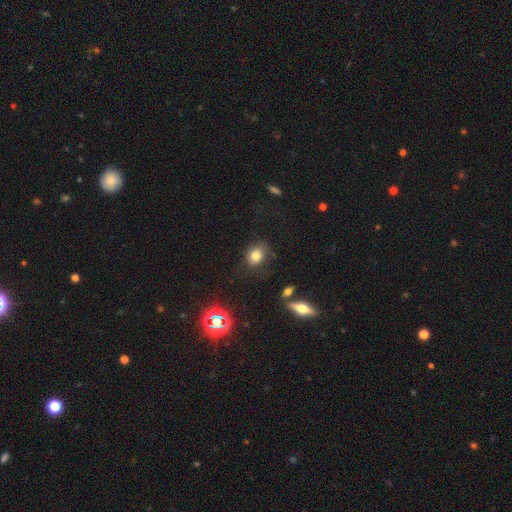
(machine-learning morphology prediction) Overall: smooth (79%). How rounded: round (55%; in between 43%). Merging: none (71%).